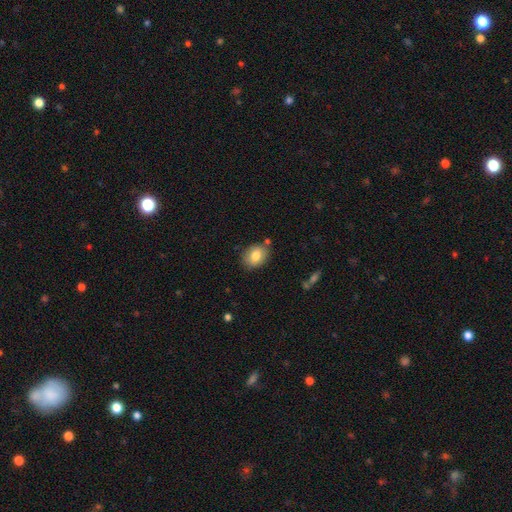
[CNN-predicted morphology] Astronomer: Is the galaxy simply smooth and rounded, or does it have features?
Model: smooth — 79%.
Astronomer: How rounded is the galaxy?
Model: in between — 64%.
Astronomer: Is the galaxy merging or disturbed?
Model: none — 79%.